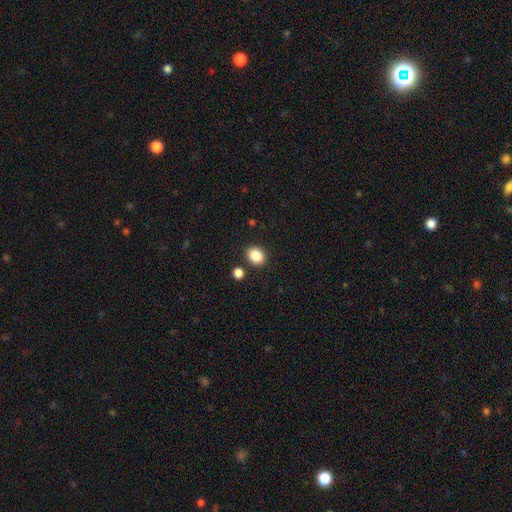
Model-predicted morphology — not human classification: Smooth or featured? smooth (86%)
How rounded? round (61%)
Merging? none (84%)